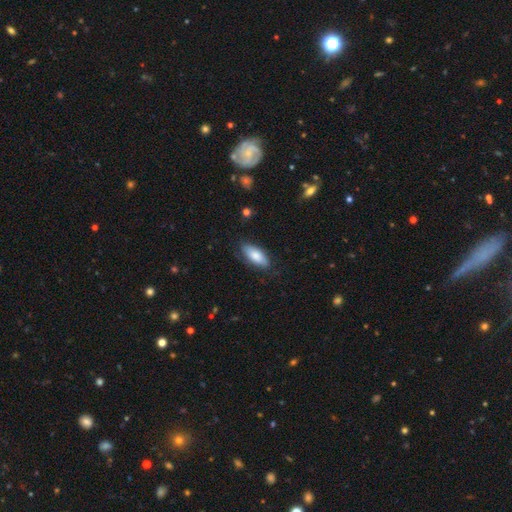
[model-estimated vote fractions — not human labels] Smooth or featured? smooth (80%)
How rounded? in between (82%)
Merging? none (78%)